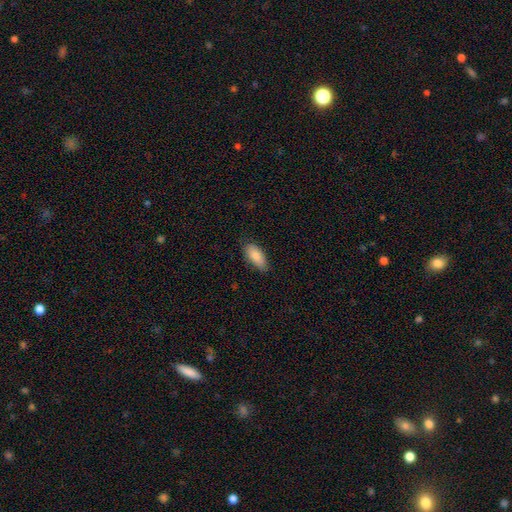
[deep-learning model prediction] A smooth galaxy with no disk features (87%) that is in between round and cigar-shaped (87%). Merging: none (81%).